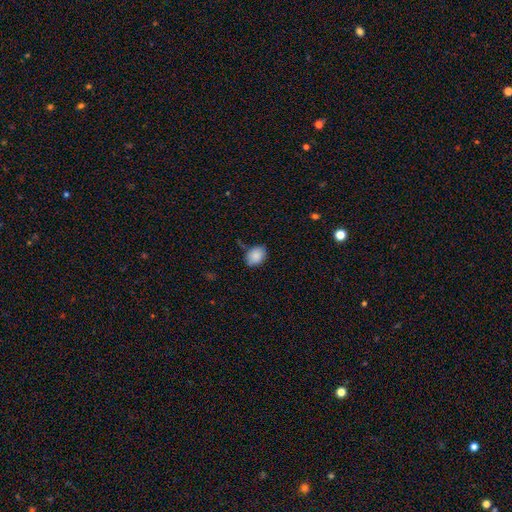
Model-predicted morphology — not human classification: smooth_or_featured: smooth (p=0.88) [alt: star or artifact p=0.08]
how_rounded: in between (p=0.71) [alt: round p=0.28]
merging: none (p=0.73) [alt: minor disturbance p=0.20]